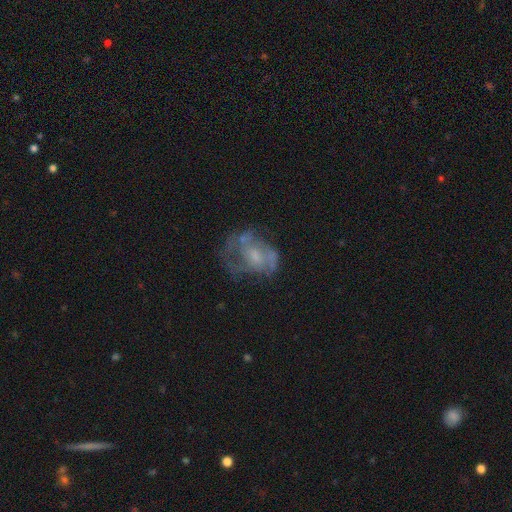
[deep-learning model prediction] A featured or disk galaxy (65%) with no bar (72%), spiral arms (52%) and a moderate central bulge (37%). Merging: none (50%).